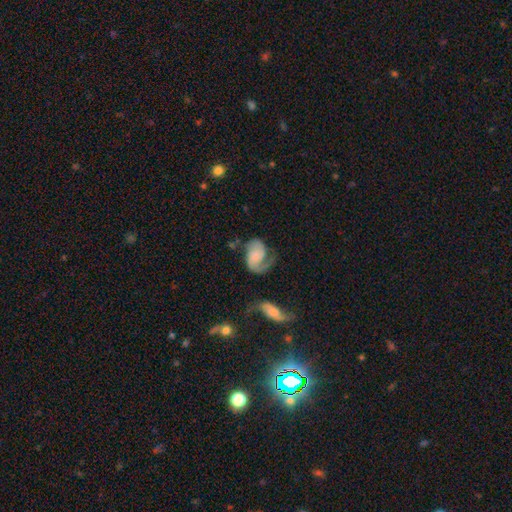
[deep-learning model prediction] Smooth or featured? Predicted: featured or disk (p=0.70). Edge-on disk? Predicted: no (p=0.98). Bar? Predicted: no (p=0.68). Spiral arms? Predicted: yes (p=0.93). Spiral winding? Predicted: medium (p=0.41). Spiral arm count? Predicted: 2 (p=0.69). Bulge size? Predicted: none (p=0.44). Merging? Predicted: none (p=0.41).